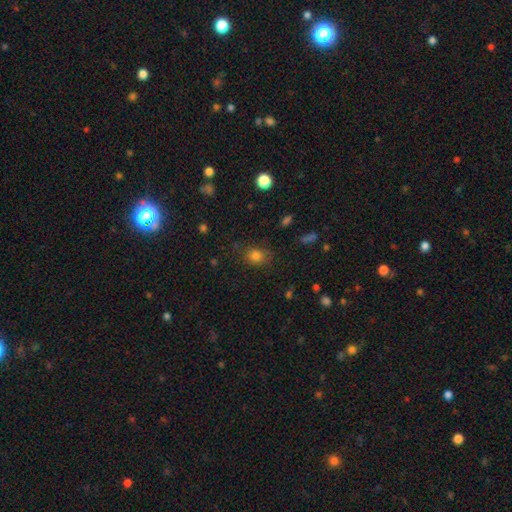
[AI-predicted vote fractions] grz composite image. It shows a smooth galaxy with no disk features (78%) that is round (57%). Merging: none (76%).